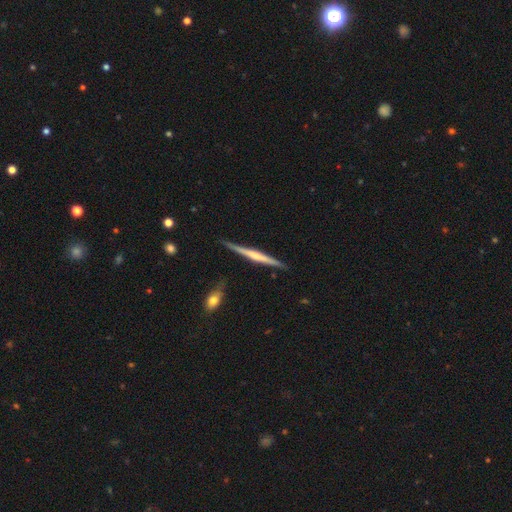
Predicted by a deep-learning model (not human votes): A featured or disk galaxy (66%) viewed edge-on (98%) with a rounded central bulge (52%).

Vote fractions:
- Smooth or featured? featured or disk: 66% / smooth: 28% / star or artifact: 6%
- Edge-on disk? yes: 98% / no: 2%
- Edge-on bulge? rounded: 52% / none: 34% / boxy: 14%
- Merging? none: 86% / minor disturbance: 10% / merger: 2% / major disturbance: 2%